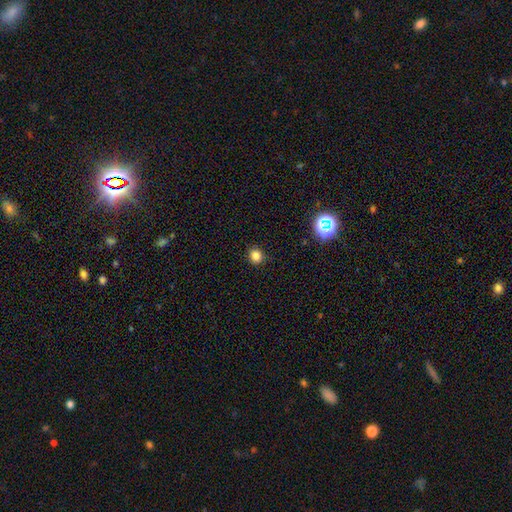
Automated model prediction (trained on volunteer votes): A smooth galaxy with no disk features (82%) that is round (80%).

Vote fractions:
- Smooth or featured? smooth: 82% / star or artifact: 14% / featured or disk: 4%
- How rounded? round: 80% / in between: 19% / cigar-shaped: 1%
- Merging? none: 90% / minor disturbance: 7% / major disturbance: 2% / merger: 1%